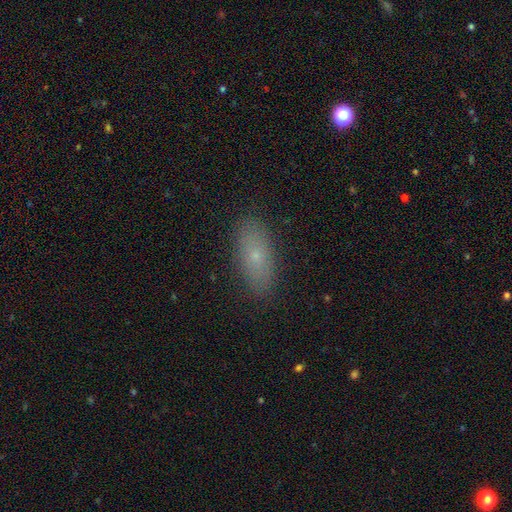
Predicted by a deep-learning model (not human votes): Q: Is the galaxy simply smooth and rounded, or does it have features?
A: smooth — 70%.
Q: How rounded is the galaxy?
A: in between — 78%.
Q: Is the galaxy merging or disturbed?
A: none — 87%.